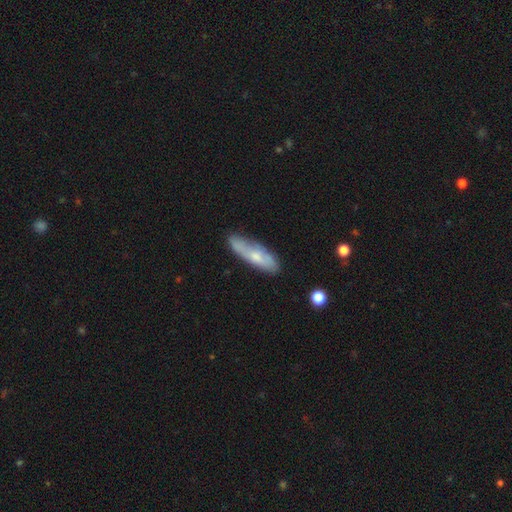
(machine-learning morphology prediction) Overall: smooth (55%; featured or disk 39%). How rounded: cigar-shaped (61%; in between 37%). Merging: none (70%).